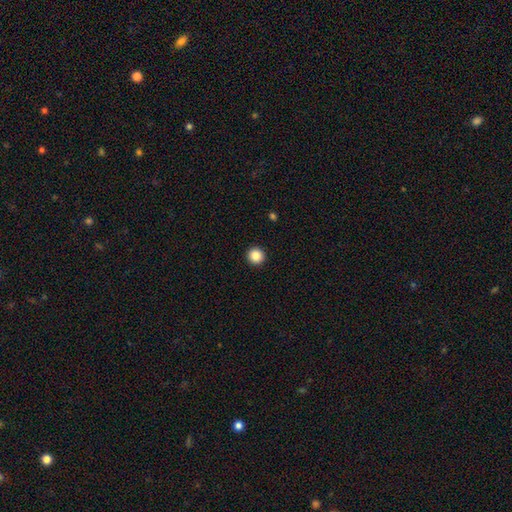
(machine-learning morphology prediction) A smooth galaxy with no disk features (86%) that is round (96%).

Vote fractions:
- Smooth or featured? smooth: 86% / star or artifact: 10% / featured or disk: 4%
- How rounded? round: 96% / in between: 3% / cigar-shaped: 1%
- Merging? none: 94% / minor disturbance: 4% / major disturbance: 1% / merger: 1%